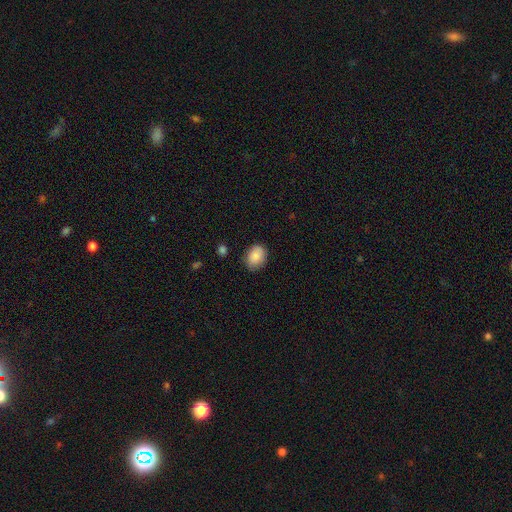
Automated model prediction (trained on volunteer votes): Smooth or featured: smooth — 86% (star or artifact — 7%)
How rounded: in between — 61% (round — 38%)
Merging: none — 80% (minor disturbance — 15%)